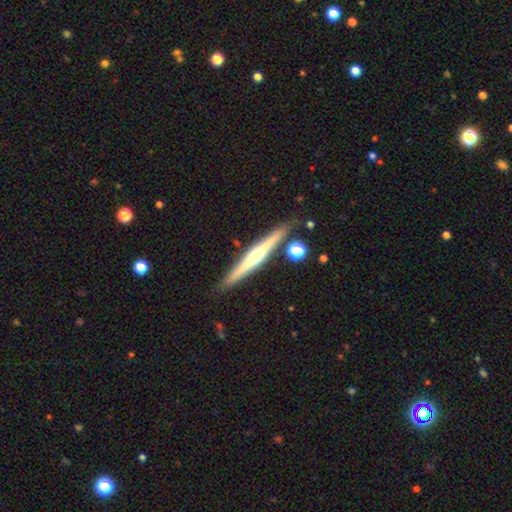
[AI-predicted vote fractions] Smooth or featured? featured or disk (72%)
Edge-on disk? yes (98%)
Edge-on bulge? rounded (87%)
Merging? none (87%)